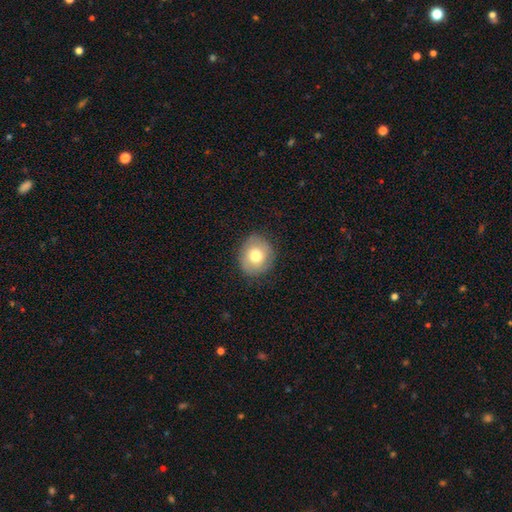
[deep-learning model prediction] Smooth or featured?
  - smooth: 73% *
  - featured or disk: 18%
  - star or artifact: 8%
How rounded?
  - round: 72% *
  - in between: 27%
  - cigar-shaped: 1%
Merging?
  - none: 83% *
  - minor disturbance: 13%
  - major disturbance: 3%
  - merger: 1%